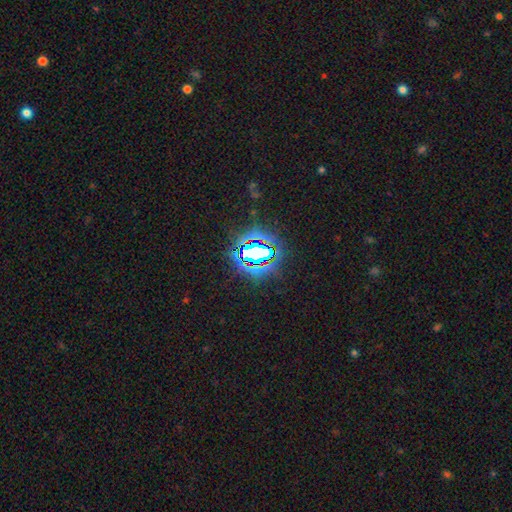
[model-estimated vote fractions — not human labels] This is likely a star or artifact rather than a galaxy (74%).